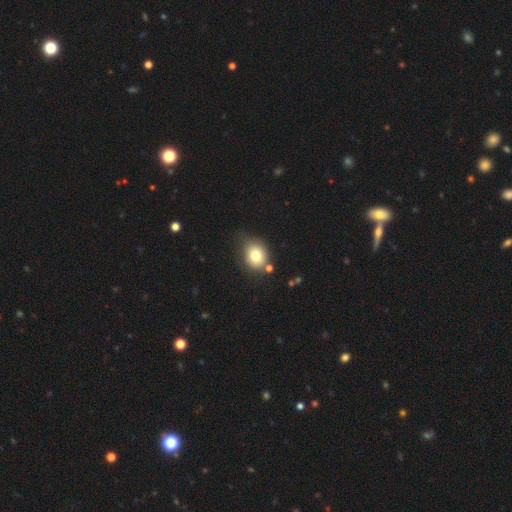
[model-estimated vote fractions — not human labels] A smooth galaxy with no disk features (76%) that is round (61%).

Vote fractions:
- Smooth or featured? smooth: 76% / featured or disk: 13% / star or artifact: 11%
- How rounded? round: 61% / in between: 38% / cigar-shaped: 1%
- Merging? none: 66% / minor disturbance: 20% / merger: 9% / major disturbance: 6%